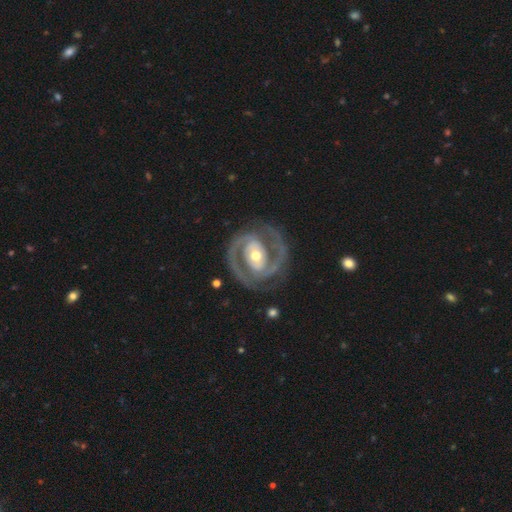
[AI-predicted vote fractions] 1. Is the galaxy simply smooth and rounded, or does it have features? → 92% featured or disk, 4% smooth, 4% star or artifact.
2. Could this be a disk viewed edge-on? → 98% no, 2% yes.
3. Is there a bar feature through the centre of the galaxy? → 39% no, 31% strong, 30% weak.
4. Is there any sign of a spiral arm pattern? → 97% yes, 3% no.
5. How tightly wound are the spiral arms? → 51% tight, 42% medium, 7% loose.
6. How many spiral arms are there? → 90% 2, 3% 3, 2% can't tell, 1% 1, 1% 4, 1% more than 4.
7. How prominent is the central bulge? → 66% moderate, 25% small, 7% large, 1% dominant, 1% none.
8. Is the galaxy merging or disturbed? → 82% none, 12% minor disturbance, 5% major disturbance, 1% merger.